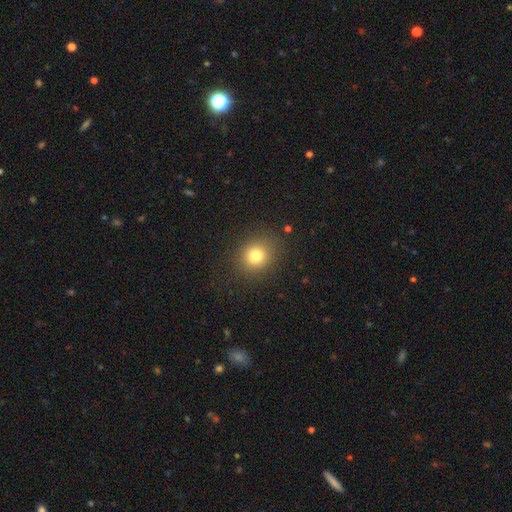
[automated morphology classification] This appears to be a smooth galaxy with no disk features (78%) that is round (75%). Merging: none (86%).